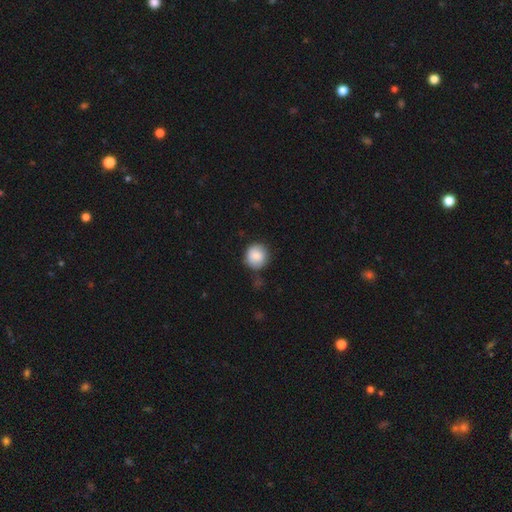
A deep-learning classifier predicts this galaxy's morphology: smooth 86%, star or artifact 7%, featured or disk 7%. Down the decision tree: how rounded — round (91%); merging — none (78%).